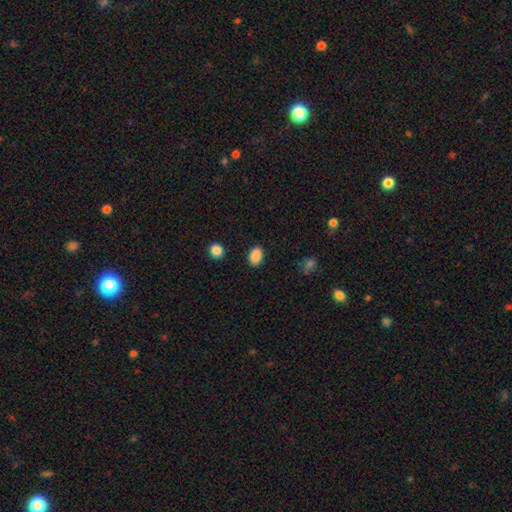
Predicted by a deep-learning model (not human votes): Smooth or featured? Predicted: smooth (p=0.89). How rounded? Predicted: in between (p=0.84). Merging? Predicted: none (p=0.88).